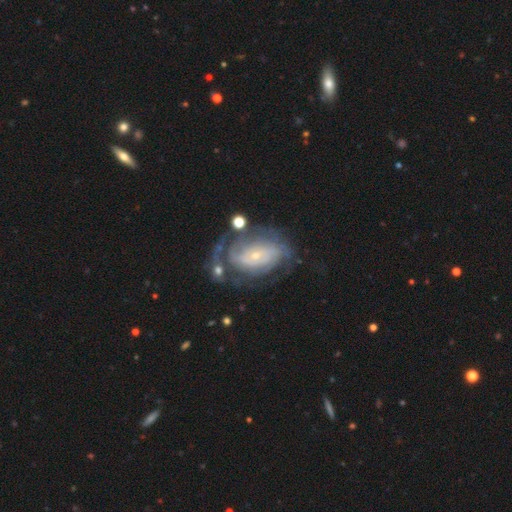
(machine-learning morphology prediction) Smooth or featured?
  - featured or disk: 81% *
  - smooth: 12%
  - star or artifact: 7%
Edge-on disk?
  - no: 96% *
  - yes: 4%
Bar?
  - no: 68% *
  - weak: 23%
  - strong: 9%
Spiral arms?
  - yes: 88% *
  - no: 12%
Spiral winding?
  - tight: 58% *
  - medium: 29%
  - loose: 13%
Spiral arm count?
  - can't tell: 42% *
  - 2: 26%
  - 3: 13%
  - 4: 8%
  - 1: 7%
  - more than 4: 5%
Bulge size?
  - small: 82% *
  - moderate: 13%
  - none: 2%
  - large: 2%
  - dominant: 1%
Merging?
  - none: 50% *
  - major disturbance: 21%
  - minor disturbance: 21%
  - merger: 8%